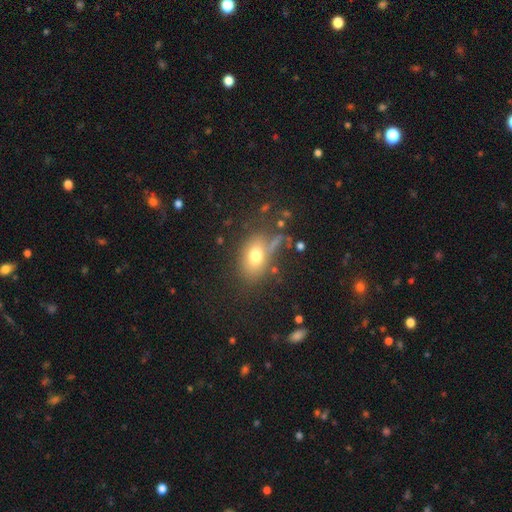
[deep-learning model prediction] Smooth or featured?
  - smooth: 73% *
  - featured or disk: 15%
  - star or artifact: 12%
How rounded?
  - in between: 82% *
  - round: 16%
  - cigar-shaped: 3%
Merging?
  - none: 60% *
  - minor disturbance: 19%
  - major disturbance: 12%
  - merger: 8%